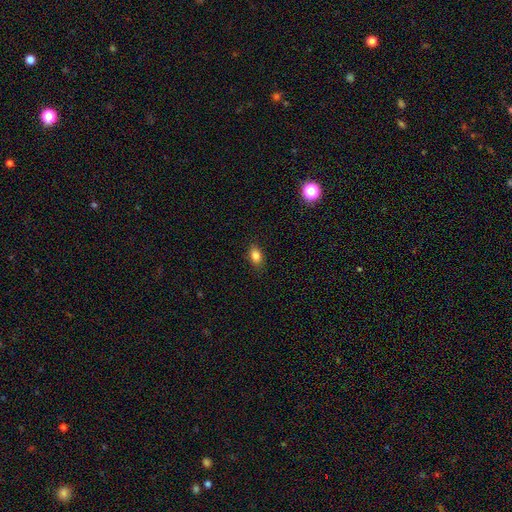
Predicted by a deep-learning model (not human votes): This appears to be a smooth galaxy with no disk features (83%) that is in between round and cigar-shaped (82%). Merging: none (87%).